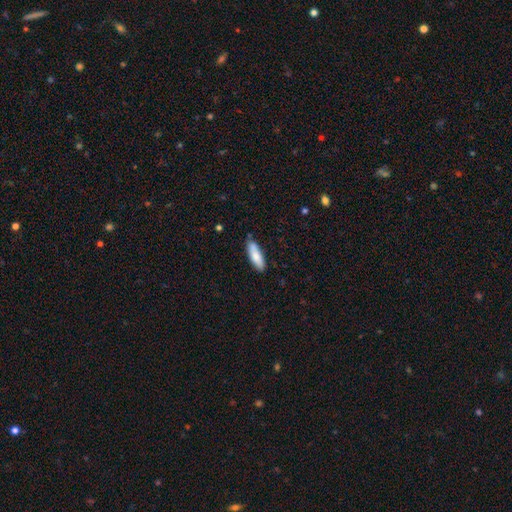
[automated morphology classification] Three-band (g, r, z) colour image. It shows a smooth galaxy with no disk features (80%) that is in between round and cigar-shaped (51%). Merging: none (84%).